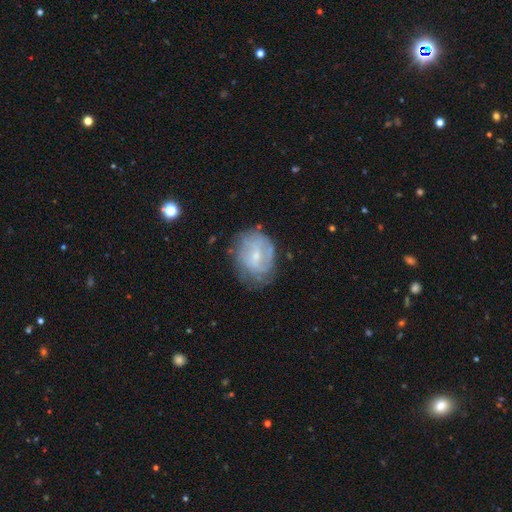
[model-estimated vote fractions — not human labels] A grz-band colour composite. It shows a featured or disk galaxy (61%) with a weak bar (49%), spiral arms (71%) and a small central bulge (64%). Merging: none (59%).